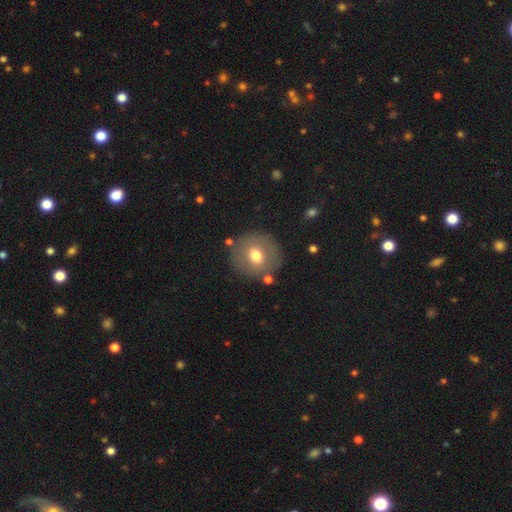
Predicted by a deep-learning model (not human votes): This is likely a smooth galaxy (65%). How rounded: clearly round (87%). Merging: clearly none (82%).